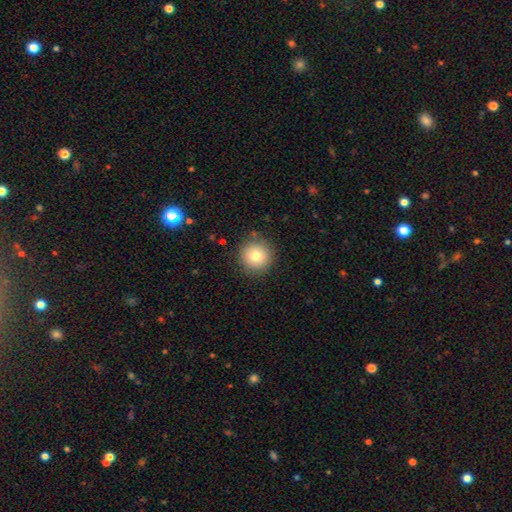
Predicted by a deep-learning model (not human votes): Smooth or featured? Predicted: smooth (p=0.78). How rounded? Predicted: round (p=0.95). Merging? Predicted: none (p=0.88).